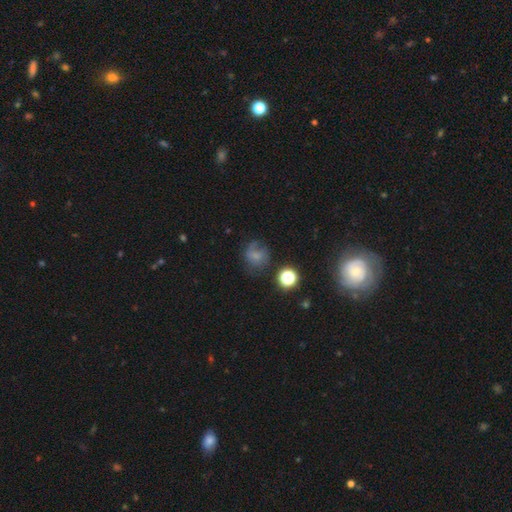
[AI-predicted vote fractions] smooth-or-featured: smooth: 56% | featured or disk: 26% | star or artifact: 18%
  how-rounded: round: 75% | in between: 24% | cigar-shaped: 1%
  merging: none: 51% | minor disturbance: 25% | major disturbance: 20% | merger: 4%